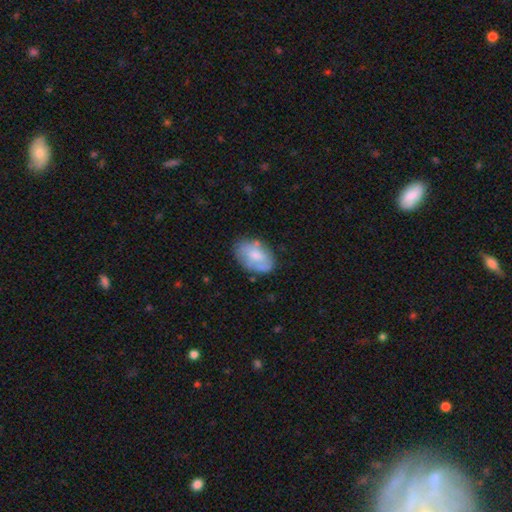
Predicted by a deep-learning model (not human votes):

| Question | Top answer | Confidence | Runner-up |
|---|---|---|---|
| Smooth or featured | smooth | 59% | featured or disk (34%) |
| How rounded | in between | 88% | round (11%) |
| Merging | none | 63% | minor disturbance (25%) |